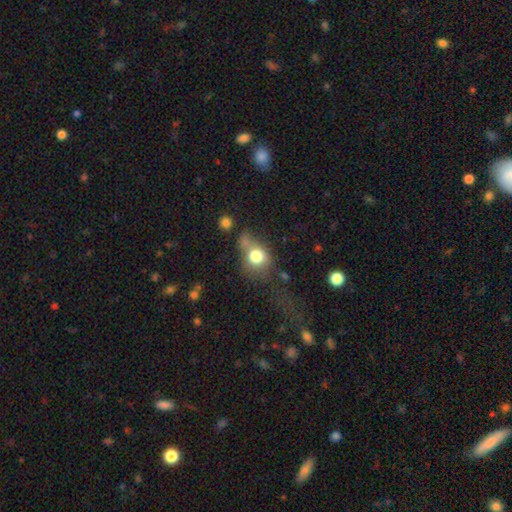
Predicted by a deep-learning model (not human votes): Q: Smooth or featured?
A: smooth (75%); runner-up: featured or disk (14%)
Q: How rounded?
A: round (61%); runner-up: in between (38%)
Q: Merging?
A: none (31%); runner-up: major disturbance (24%)